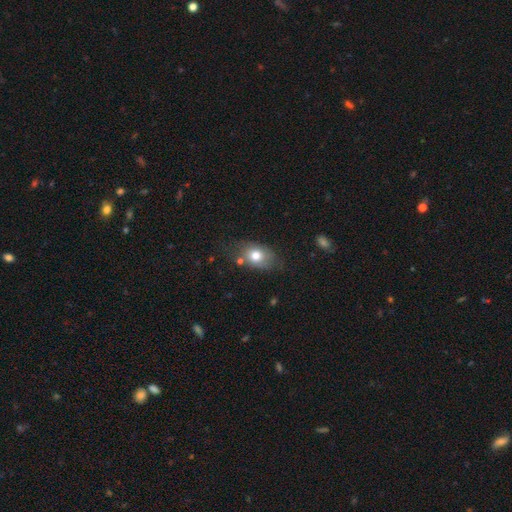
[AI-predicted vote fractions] A smooth galaxy with no disk features (74%) that is in between round and cigar-shaped (75%).

Vote fractions:
- Smooth or featured? smooth: 74% / featured or disk: 17% / star or artifact: 9%
- How rounded? in between: 75% / round: 23% / cigar-shaped: 2%
- Merging? none: 64% / minor disturbance: 23% / major disturbance: 7% / merger: 6%